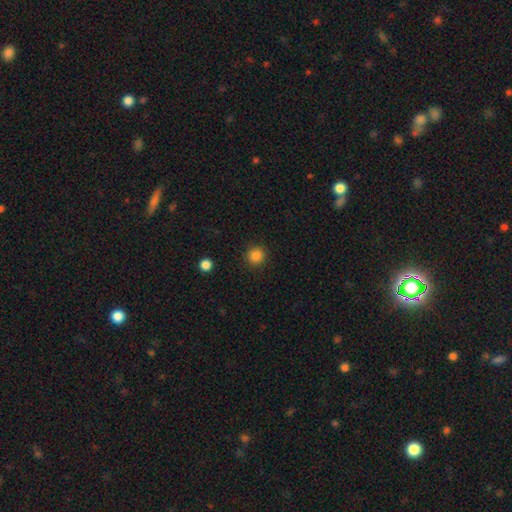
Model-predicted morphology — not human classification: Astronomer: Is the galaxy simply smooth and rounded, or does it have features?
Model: smooth — 85%.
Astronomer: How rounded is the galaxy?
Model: round — 93%.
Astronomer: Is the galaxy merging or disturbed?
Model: none — 91%.